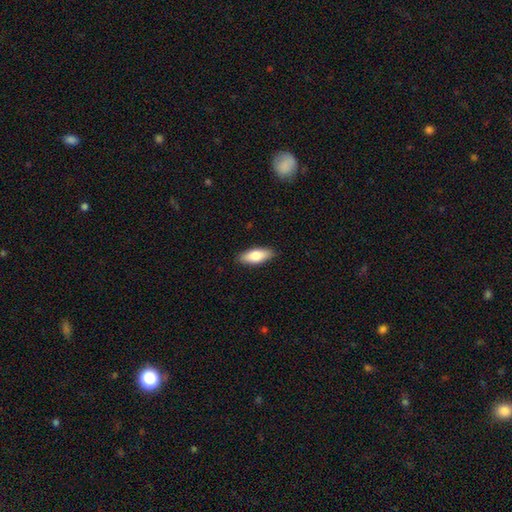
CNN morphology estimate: A smooth galaxy with no disk features (77%) that is in between round and cigar-shaped (73%). Merging: none (89%).